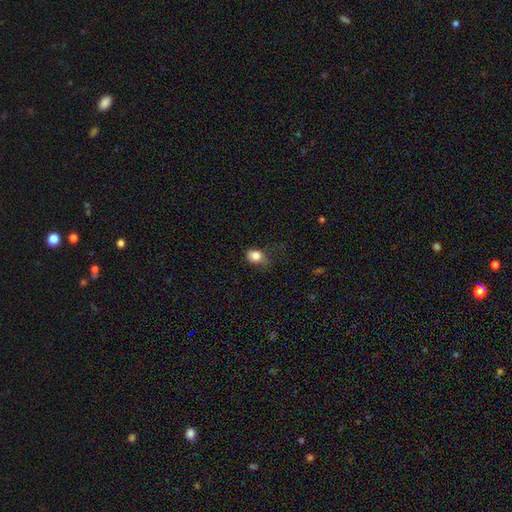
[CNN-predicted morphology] Overall: smooth (82%). How rounded: in between (56%; round 43%). Merging: none (50%; minor disturbance 32%).